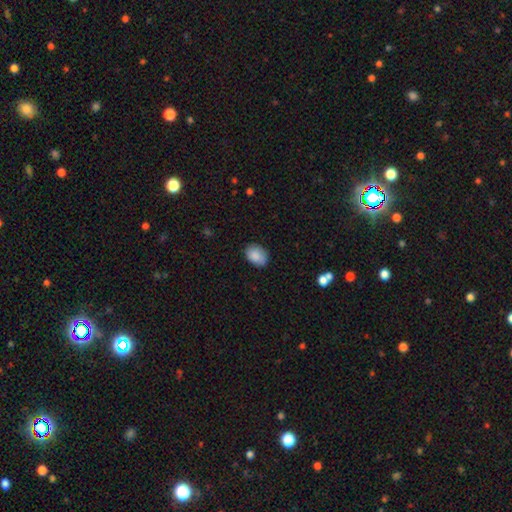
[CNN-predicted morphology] Smooth or featured? smooth (86%)
How rounded? in between (74%)
Merging? none (77%)